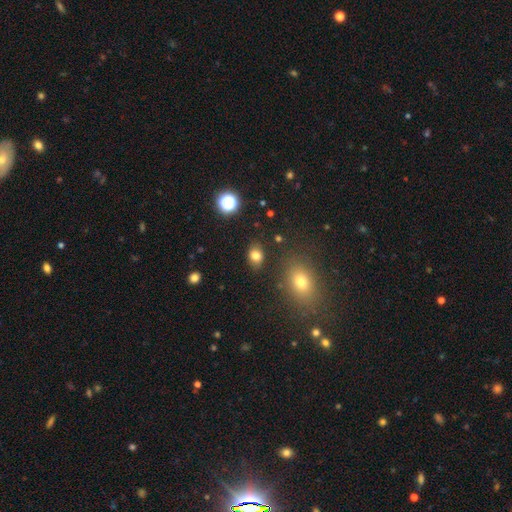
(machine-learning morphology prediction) Q: Smooth or featured?
A: smooth (79%); runner-up: star or artifact (13%)
Q: How rounded?
A: in between (64%); runner-up: round (35%)
Q: Merging?
A: none (82%); runner-up: minor disturbance (11%)